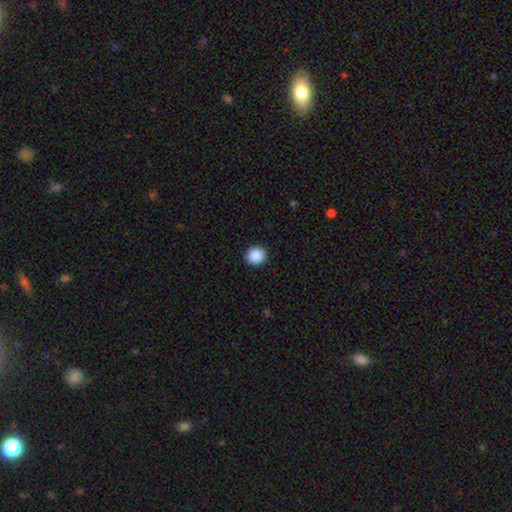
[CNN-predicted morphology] Smooth or featured?
  - smooth: 89% *
  - star or artifact: 9%
  - featured or disk: 3%
How rounded?
  - round: 91% *
  - in between: 8%
  - cigar-shaped: 1%
Merging?
  - none: 93% *
  - minor disturbance: 5%
  - major disturbance: 2%
  - merger: 1%